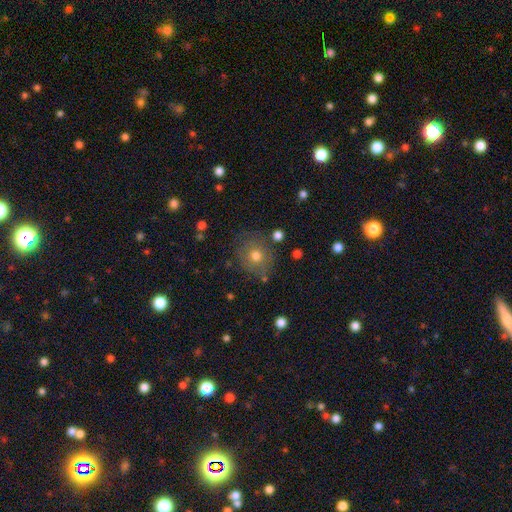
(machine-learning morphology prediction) Q: Smooth or featured?
A: smooth (69%); runner-up: featured or disk (17%)
Q: How rounded?
A: round (82%); runner-up: in between (17%)
Q: Merging?
A: none (79%); runner-up: minor disturbance (13%)